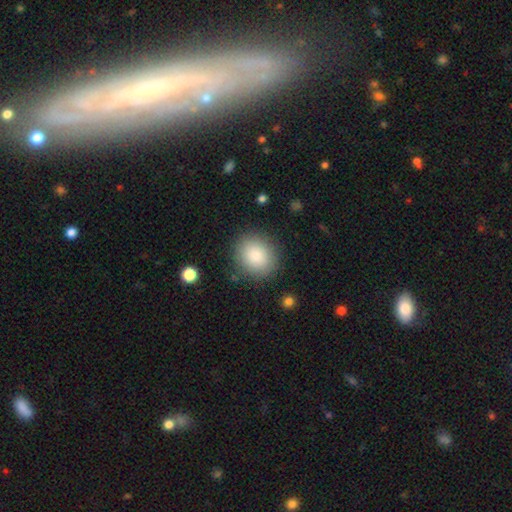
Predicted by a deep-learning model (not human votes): smooth-or-featured: smooth: 85% | star or artifact: 8% | featured or disk: 7%
  how-rounded: round: 72% | in between: 27% | cigar-shaped: 1%
  merging: none: 85% | minor disturbance: 10% | major disturbance: 4% | merger: 2%